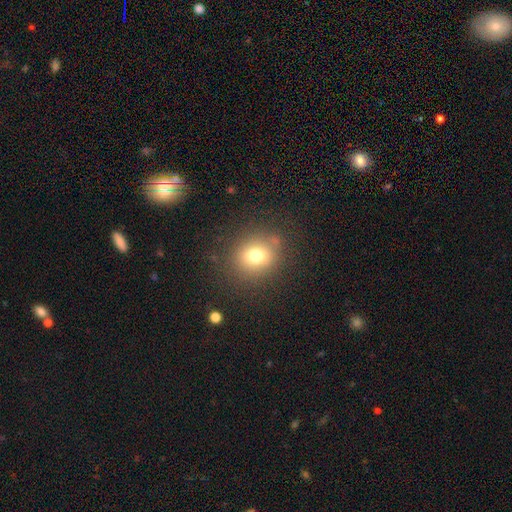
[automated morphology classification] A smooth galaxy with no disk features (74%) that is round (72%).

Vote fractions:
- Smooth or featured? smooth: 74% / star or artifact: 15% / featured or disk: 12%
- How rounded? round: 72% / in between: 27% / cigar-shaped: 1%
- Merging? none: 80% / minor disturbance: 12% / major disturbance: 6% / merger: 3%